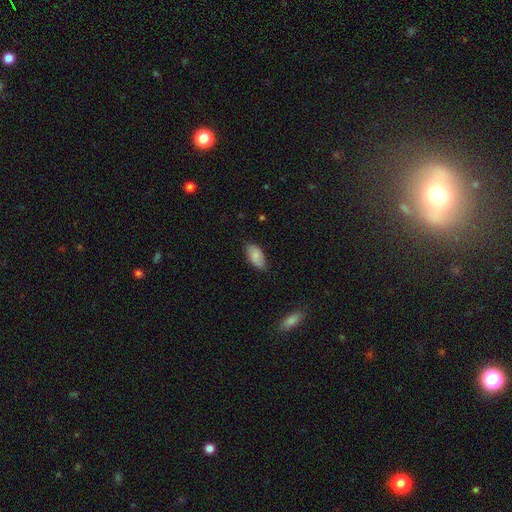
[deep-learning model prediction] smooth 82%, featured or disk 11%, star or artifact 7%. Down the decision tree: how rounded — in between (94%); merging — none (79%).